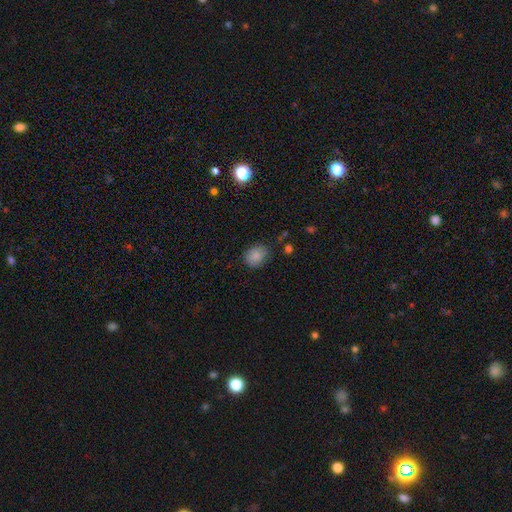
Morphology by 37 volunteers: smooth_or_featured: smooth (p=0.81) [alt: featured or disk p=0.14]
how_rounded: round (p=0.57) [alt: in between p=0.43]
merging: none (p=0.83) [alt: minor disturbance p=0.11]